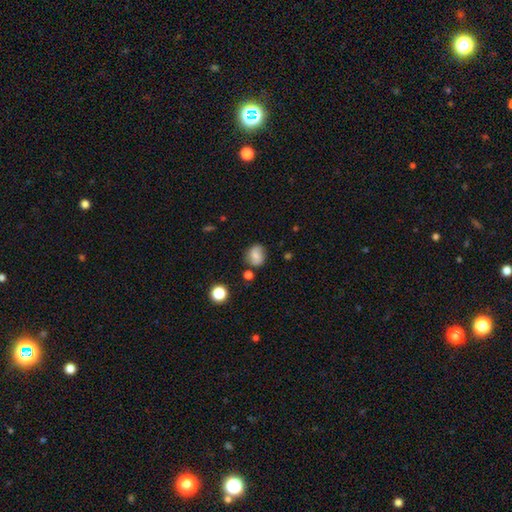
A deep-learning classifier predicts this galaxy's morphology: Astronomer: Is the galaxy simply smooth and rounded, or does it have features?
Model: smooth — 62%.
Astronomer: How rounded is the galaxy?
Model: round — 62%.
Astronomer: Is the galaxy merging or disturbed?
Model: none — 71%.